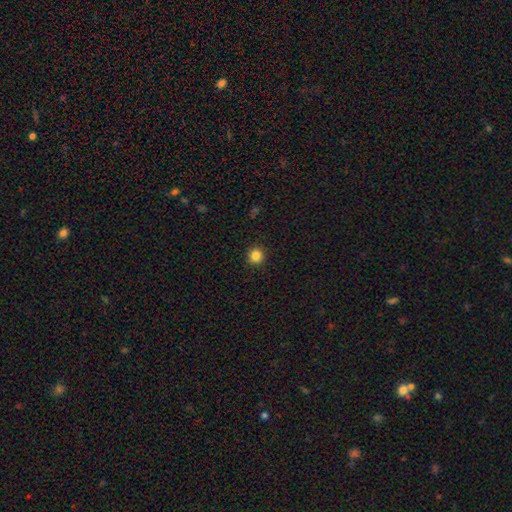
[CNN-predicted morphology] Smooth or featured: smooth — 85% (star or artifact — 11%)
How rounded: round — 93% (in between — 6%)
Merging: none — 93% (minor disturbance — 5%)